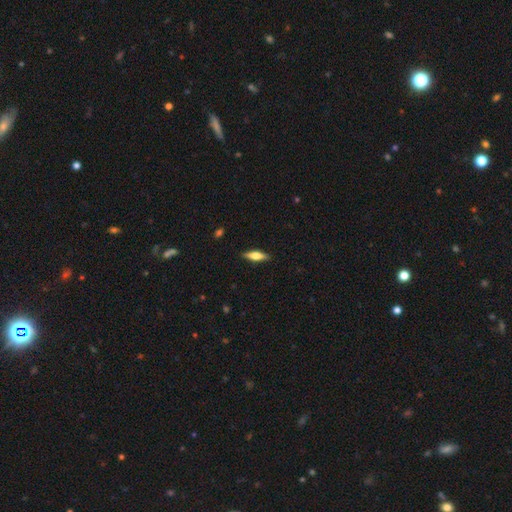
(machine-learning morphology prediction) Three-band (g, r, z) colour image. It shows a smooth galaxy with no disk features (58%) that is cigar-shaped (57%). Merging: none (88%).